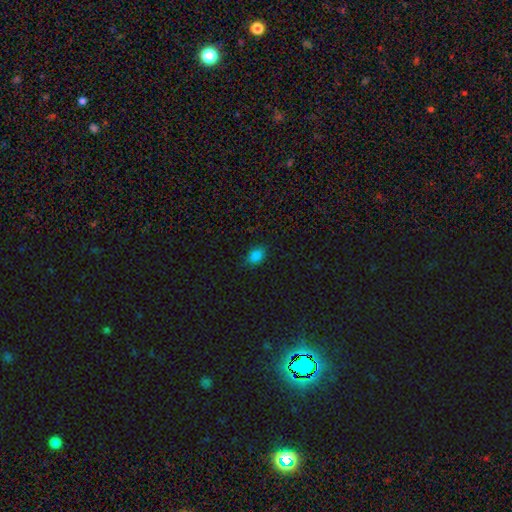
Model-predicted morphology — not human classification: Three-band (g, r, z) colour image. It shows a smooth galaxy with no disk features (82%) that is in between round and cigar-shaped (74%). Merging: none (81%).